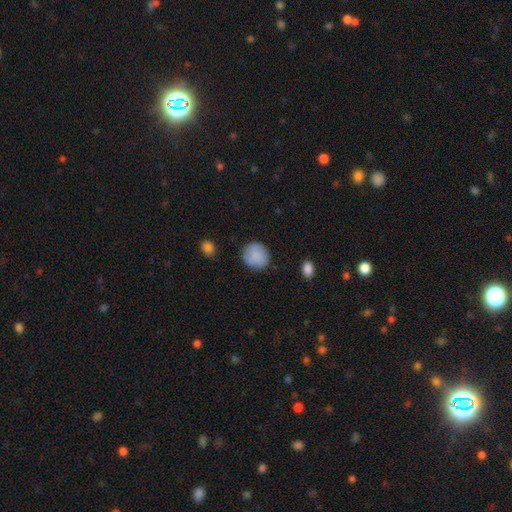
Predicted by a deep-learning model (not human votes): Morphology: type=smooth (87%); roundness=round (89%); merging=none (84%).